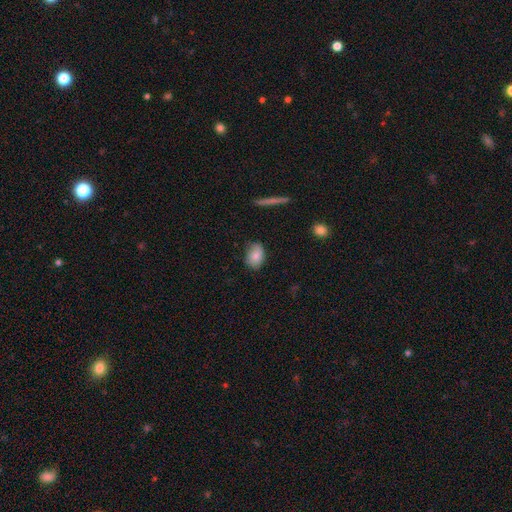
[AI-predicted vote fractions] This is clearly a smooth galaxy (81%). How rounded: likely in between (79%). Merging: likely none (69%).